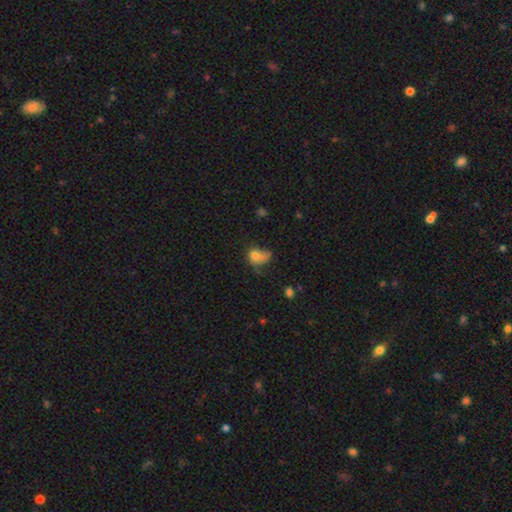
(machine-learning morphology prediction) Smooth or featured? Predicted: smooth (p=0.71). How rounded? Predicted: round (p=0.50). Merging? Predicted: major disturbance (p=0.30).